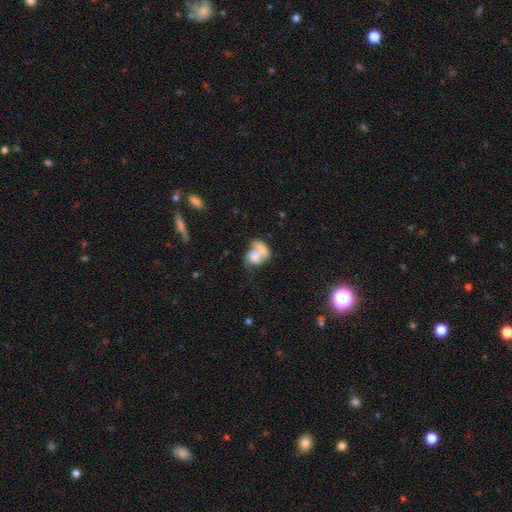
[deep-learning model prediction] This appears to be a smooth galaxy with no disk features (64%) that is in between round and cigar-shaped (59%). Merging: merger (66%).